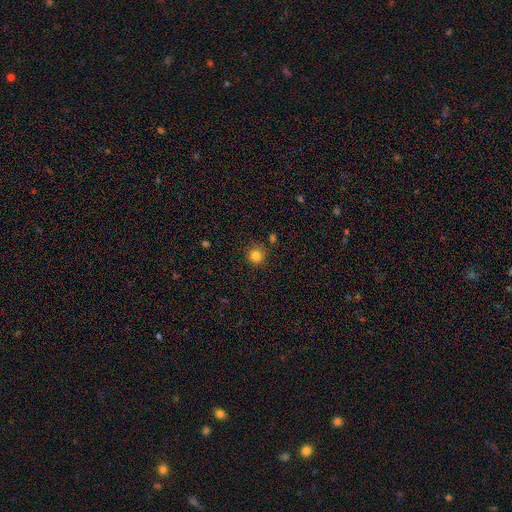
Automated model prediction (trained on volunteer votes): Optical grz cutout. It shows a smooth galaxy with no disk features (83%) that is round (93%). Merging: none (85%).